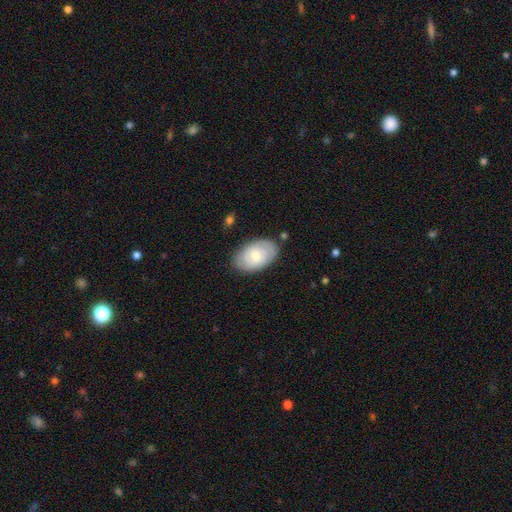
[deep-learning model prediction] Overall: smooth (55%; featured or disk 39%). How rounded: in between (92%). Merging: none (80%).